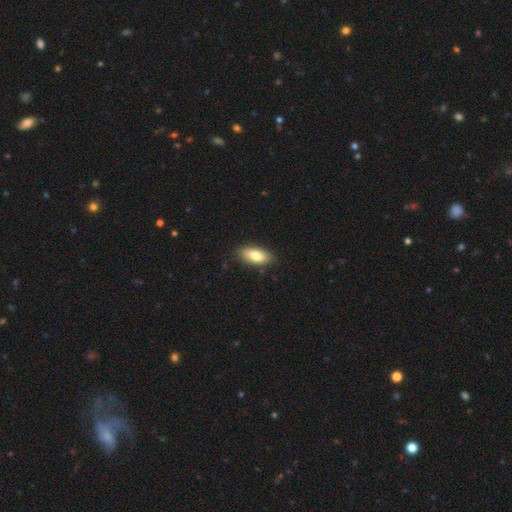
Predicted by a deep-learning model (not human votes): Morphology: type=smooth (81%); roundness=in between (86%); merging=none (86%).